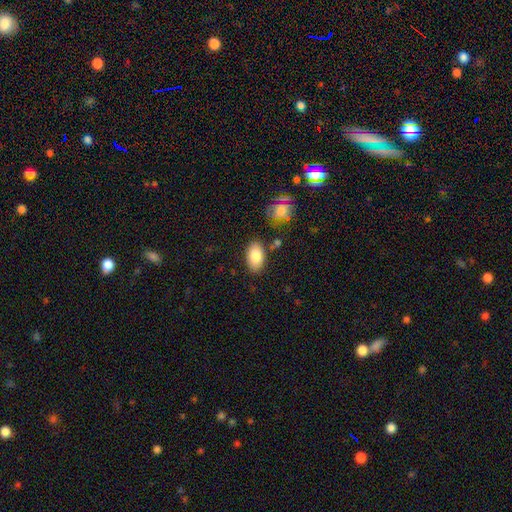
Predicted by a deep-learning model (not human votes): Morphology: type=smooth (83%); roundness=in between (92%); merging=none (82%).